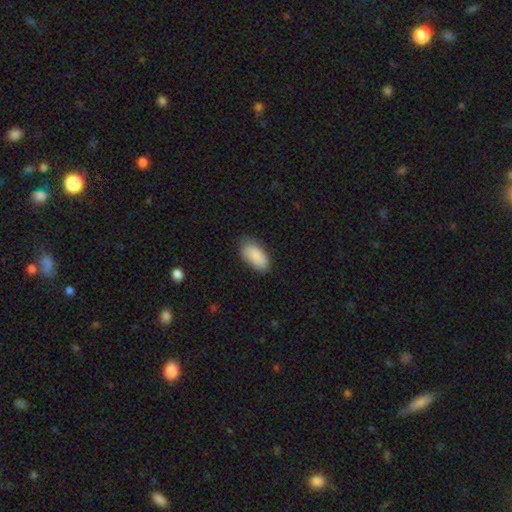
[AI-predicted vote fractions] Smooth or featured?
  - smooth: 88% *
  - star or artifact: 7%
  - featured or disk: 5%
How rounded?
  - in between: 93% *
  - cigar-shaped: 4%
  - round: 3%
Merging?
  - none: 74% *
  - minor disturbance: 21%
  - major disturbance: 4%
  - merger: 1%